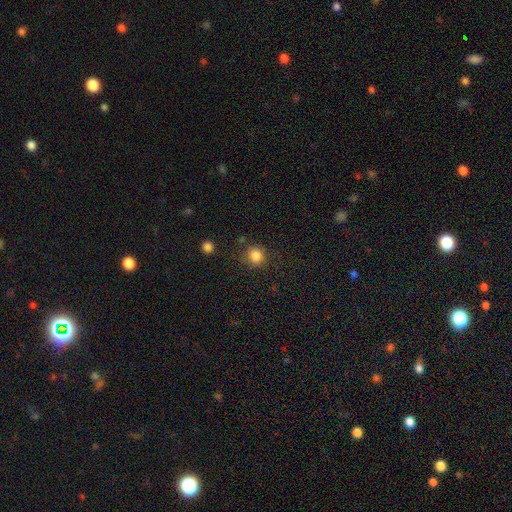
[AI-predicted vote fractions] Overall: smooth (84%). How rounded: round (89%). Merging: none (82%).